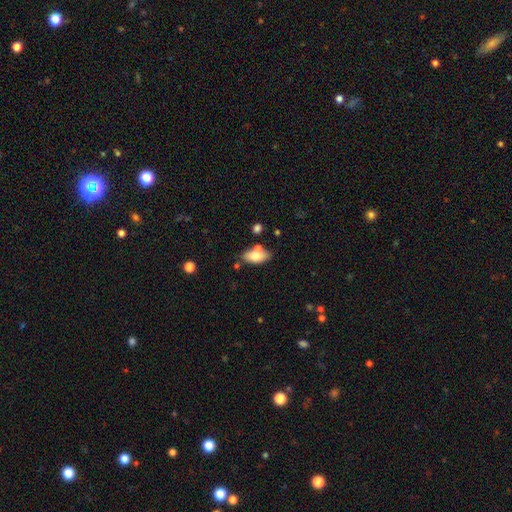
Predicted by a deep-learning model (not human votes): The model was most divided on "merging": none: 62%, merger: 18%, minor disturbance: 16%, major disturbance: 4%. More confident: how rounded — in between (87%); smooth or featured — smooth (73%).